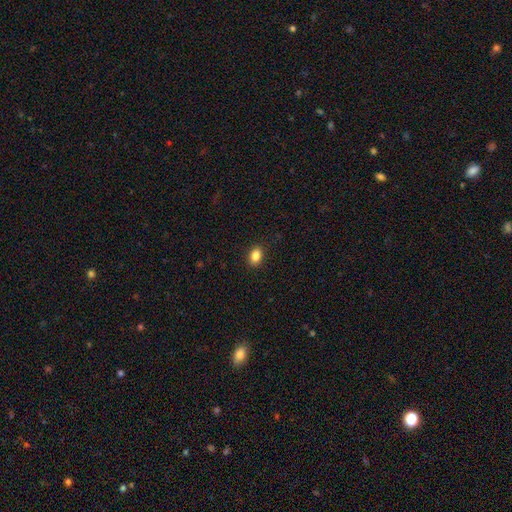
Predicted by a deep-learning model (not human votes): smooth-or-featured: smooth: 86% | star or artifact: 9% | featured or disk: 5%
  how-rounded: in between: 77% | round: 22% | cigar-shaped: 1%
  merging: none: 89% | minor disturbance: 8% | major disturbance: 2% | merger: 1%